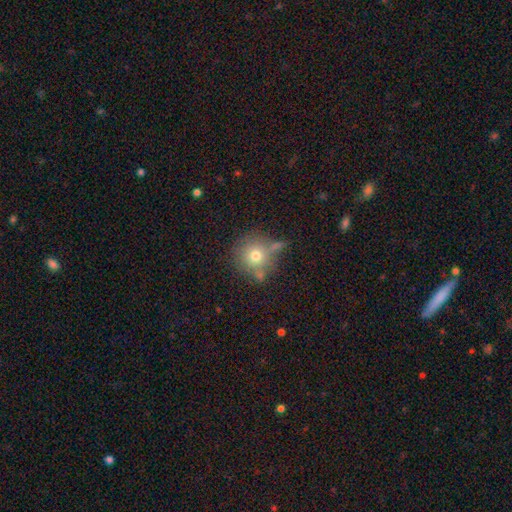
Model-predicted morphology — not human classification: type=smooth (71%); roundness=round (92%); merging=none (65%).